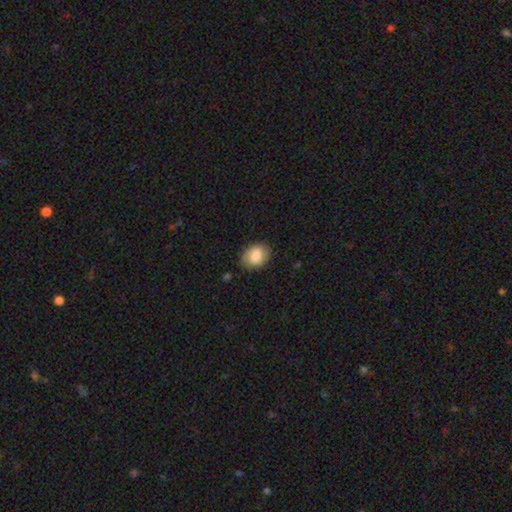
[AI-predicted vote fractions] This is likely a smooth galaxy (75%). How rounded: likely in between (69%). Merging: likely none (80%).